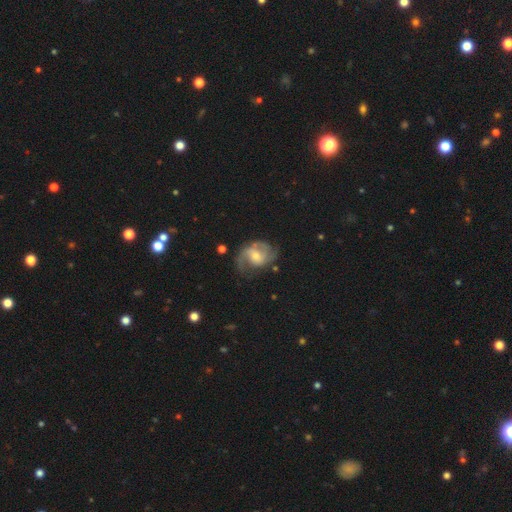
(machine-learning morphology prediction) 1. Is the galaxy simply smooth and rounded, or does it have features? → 76% featured or disk, 18% smooth, 6% star or artifact.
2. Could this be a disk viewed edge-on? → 97% no, 3% yes.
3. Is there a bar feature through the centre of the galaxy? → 53% no, 39% weak, 8% strong.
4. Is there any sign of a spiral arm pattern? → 90% yes, 10% no.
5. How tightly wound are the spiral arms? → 47% medium, 30% loose, 23% tight.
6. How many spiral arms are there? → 59% 2, 15% can't tell, 14% 1, 8% 3, 2% 4, 2% more than 4.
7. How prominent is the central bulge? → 51% moderate, 38% small, 6% large, 3% none, 1% dominant.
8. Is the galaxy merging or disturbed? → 53% none, 24% minor disturbance, 20% major disturbance, 3% merger.